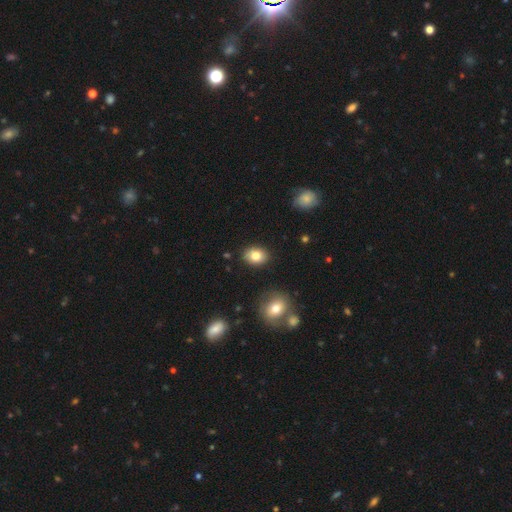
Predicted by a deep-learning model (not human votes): Smooth or featured? smooth (82%)
How rounded? in between (67%)
Merging? none (88%)